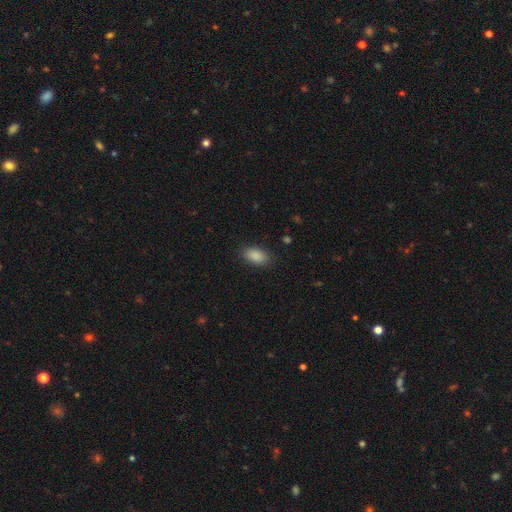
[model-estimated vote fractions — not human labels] This is clearly a smooth galaxy (89%). How rounded: clearly in between (92%). Merging: clearly none (87%).